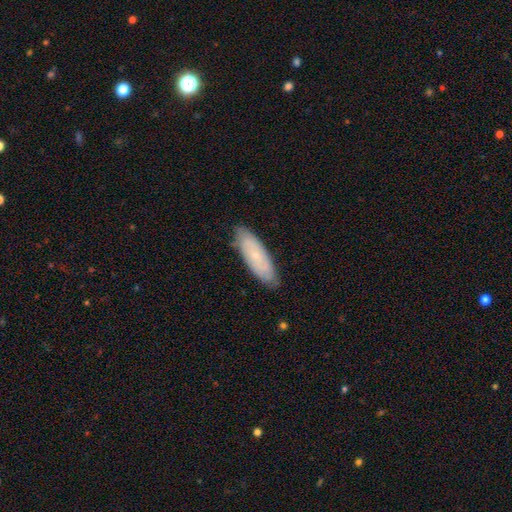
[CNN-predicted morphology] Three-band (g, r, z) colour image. It shows a smooth galaxy with no disk features (55%) that is in between round and cigar-shaped (55%). Merging: none (81%).